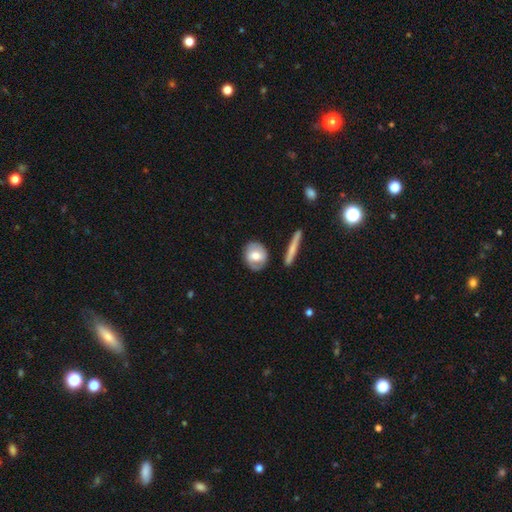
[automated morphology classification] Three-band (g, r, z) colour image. It shows a smooth galaxy with no disk features (56%) that is round (61%). Merging: none (78%).